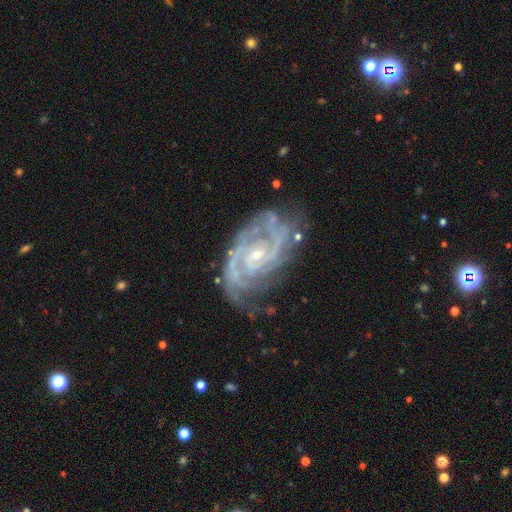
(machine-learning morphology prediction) The model was most divided on "spiral arm count": 2: 41%, 3: 20%, can't tell: 19%, 4: 9%, more than 4: 6%, 1: 6%. More confident: spiral arms — yes (98%); edge-on disk — no (97%); smooth or featured — featured or disk (91%); bulge size — small (75%); merging — none (66%); spiral winding — tight (60%); bar — no (59%).